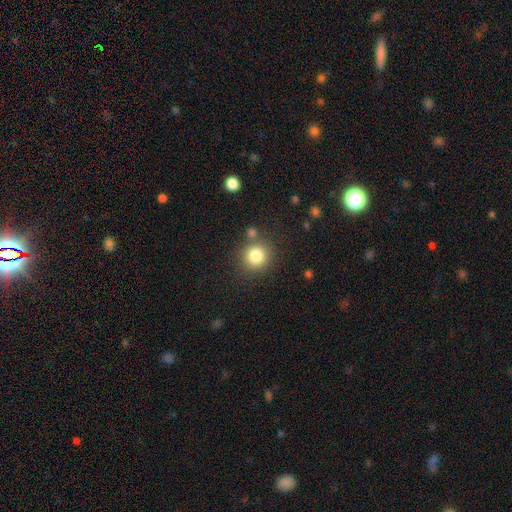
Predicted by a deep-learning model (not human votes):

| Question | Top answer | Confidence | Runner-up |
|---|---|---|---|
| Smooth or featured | smooth | 82% | star or artifact (11%) |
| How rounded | round | 89% | in between (10%) |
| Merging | none | 80% | minor disturbance (9%) |